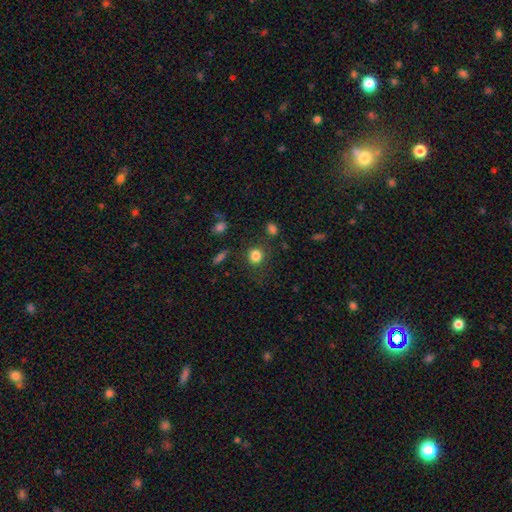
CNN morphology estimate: The model was most divided on "how rounded": round: 83%, in between: 16%, cigar-shaped: 1%. More confident: smooth or featured — smooth (83%); merging — none (81%).